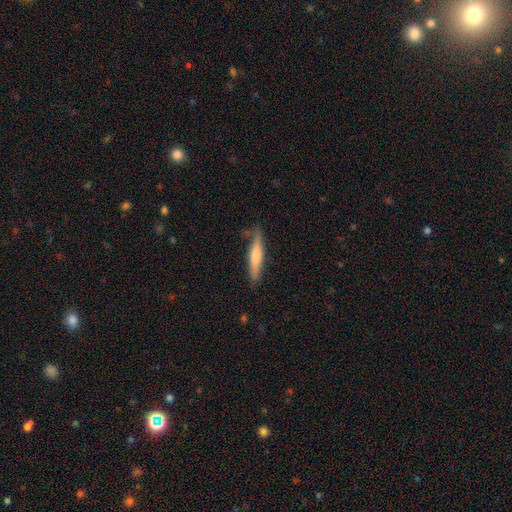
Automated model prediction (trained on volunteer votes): Smooth or featured: smooth — 61% (featured or disk — 34%)
How rounded: cigar-shaped — 89% (in between — 9%)
Merging: none — 80% (minor disturbance — 15%)